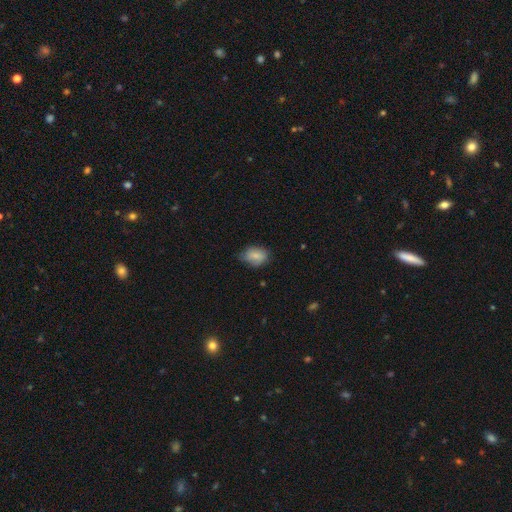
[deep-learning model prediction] Smooth or featured: smooth — 79% (featured or disk — 13%)
How rounded: in between — 75% (round — 24%)
Merging: none — 61% (minor disturbance — 31%)